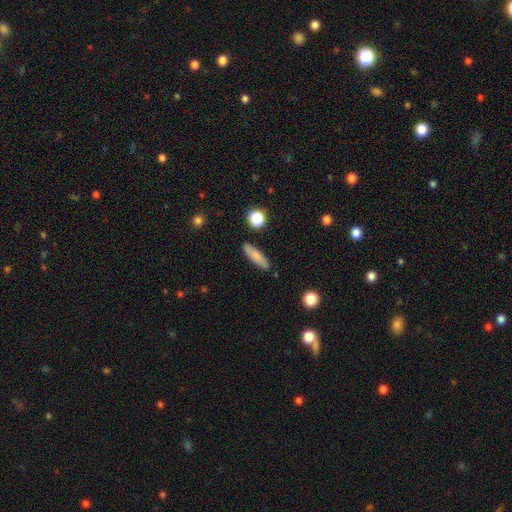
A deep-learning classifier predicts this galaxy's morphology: The model was most divided on "how rounded": cigar-shaped: 67%, in between: 30%, round: 3%. More confident: merging — none (83%); smooth or featured — smooth (77%).